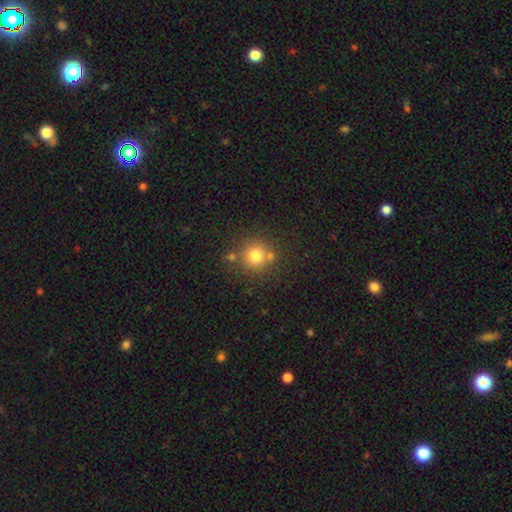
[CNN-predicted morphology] A smooth galaxy with no disk features (78%) that is round (93%).

Vote fractions:
- Smooth or featured? smooth: 78% / star or artifact: 14% / featured or disk: 9%
- How rounded? round: 93% / in between: 6% / cigar-shaped: 1%
- Merging? none: 74% / merger: 14% / minor disturbance: 9% / major disturbance: 3%